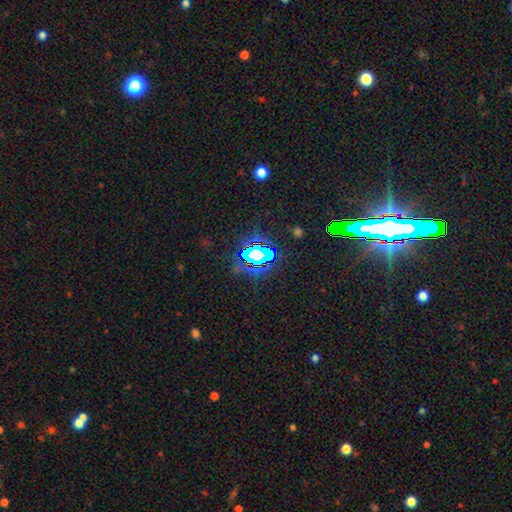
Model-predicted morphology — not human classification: This appears to be a star or artifact, not a galaxy (70%).